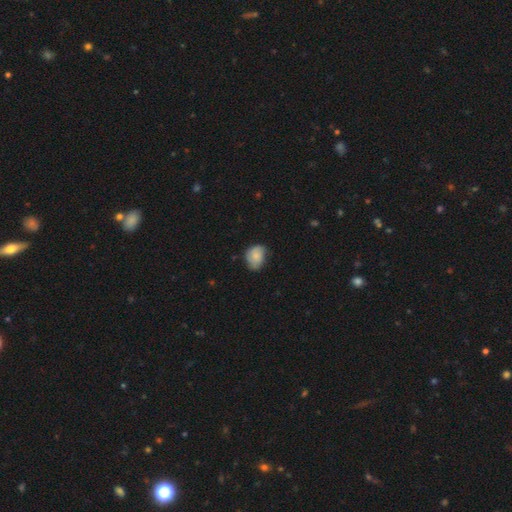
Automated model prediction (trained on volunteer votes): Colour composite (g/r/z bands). It shows a smooth galaxy with no disk features (78%) that is in between round and cigar-shaped (60%). Merging: none (55%).